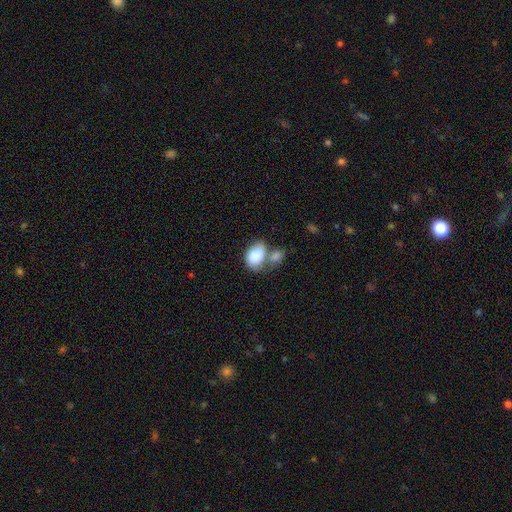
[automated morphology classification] A smooth galaxy with no disk features (84%) that is in between round and cigar-shaped (86%).

Vote fractions:
- Smooth or featured? smooth: 84% / featured or disk: 9% / star or artifact: 6%
- How rounded? in between: 86% / round: 12% / cigar-shaped: 1%
- Merging? merger: 54% / none: 25% / minor disturbance: 13% / major disturbance: 8%